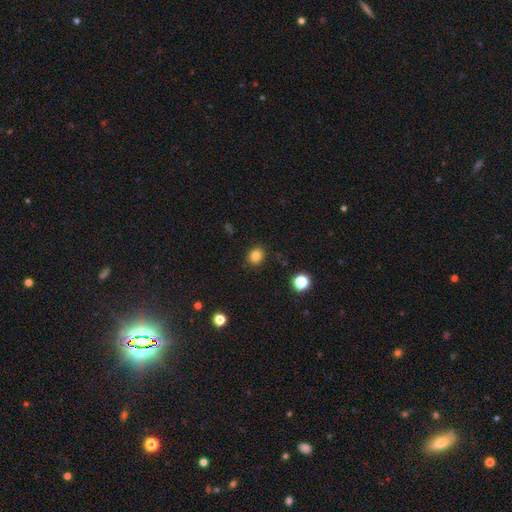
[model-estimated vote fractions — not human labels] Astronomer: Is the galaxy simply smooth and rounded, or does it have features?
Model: smooth — 83%.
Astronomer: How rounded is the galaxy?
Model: round — 70%.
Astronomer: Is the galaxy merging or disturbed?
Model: none — 89%.